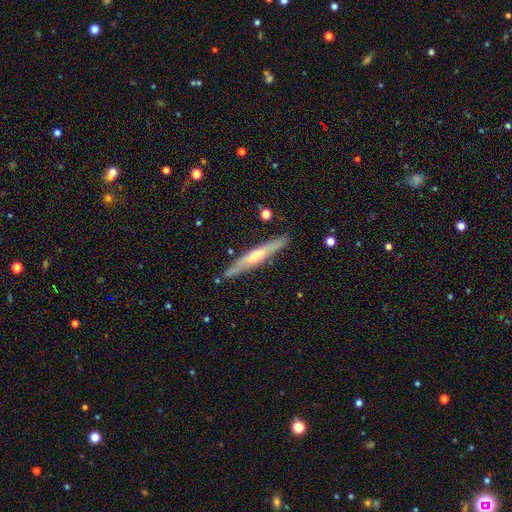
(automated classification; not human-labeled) smooth-or-featured: featured or disk: 70% | smooth: 23% | star or artifact: 6%
  disk-edge-on: yes: 95% | no: 5%
    edge-on-bulge: rounded: 80% | none: 13% | boxy: 7%
  merging: none: 88% | minor disturbance: 9% | major disturbance: 2% | merger: 2%